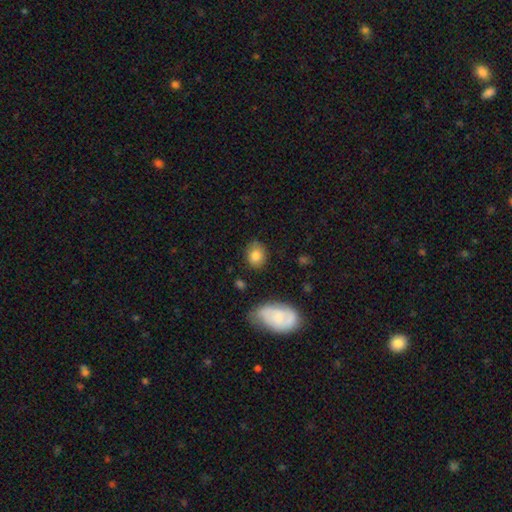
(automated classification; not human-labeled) smooth-or-featured: smooth: 81% | featured or disk: 11% | star or artifact: 8%
  how-rounded: round: 57% | in between: 42% | cigar-shaped: 1%
  merging: none: 78% | minor disturbance: 15% | major disturbance: 4% | merger: 3%